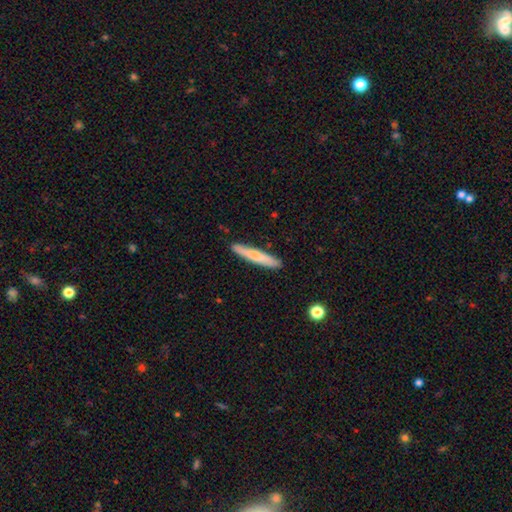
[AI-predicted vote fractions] This is likely a smooth galaxy (67%). How rounded: clearly cigar-shaped (94%). Merging: clearly none (89%).